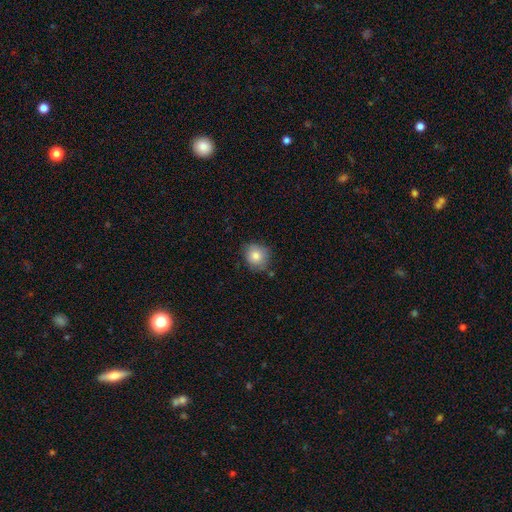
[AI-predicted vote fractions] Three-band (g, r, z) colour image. It shows a smooth galaxy with no disk features (82%) that is round (83%). Merging: none (76%).